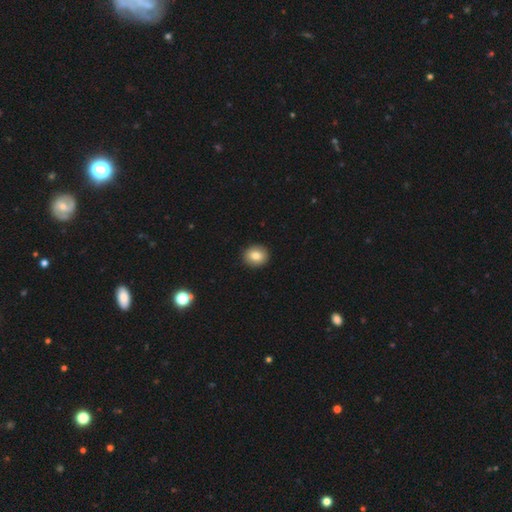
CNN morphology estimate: The model was most divided on "how rounded": round: 75%, in between: 24%, cigar-shaped: 1%. More confident: merging — none (92%); smooth or featured — smooth (83%).